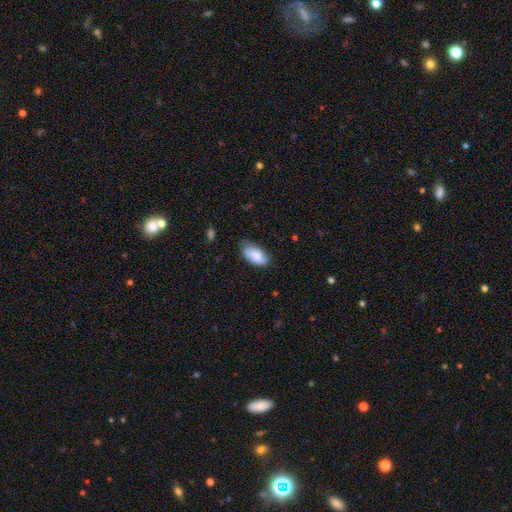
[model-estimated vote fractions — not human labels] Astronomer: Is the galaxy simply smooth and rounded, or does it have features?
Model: smooth — 83%.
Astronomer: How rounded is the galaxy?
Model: in between — 94%.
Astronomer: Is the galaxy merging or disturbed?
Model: none — 67%.